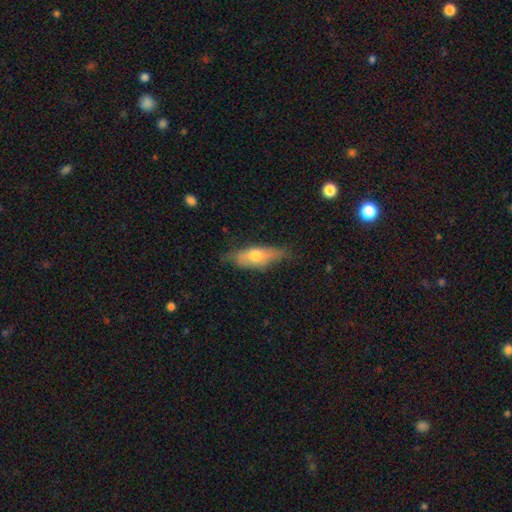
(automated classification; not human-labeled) A smooth galaxy with no disk features (58%) that is in between round and cigar-shaped (60%). Merging: none (67%).